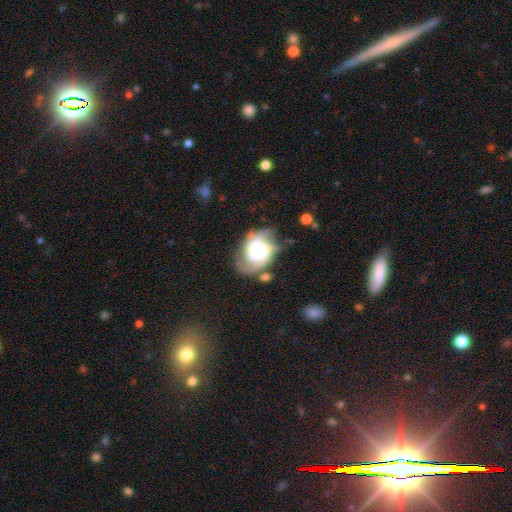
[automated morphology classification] Smooth or featured?
  - featured or disk: 63% *
  - smooth: 28%
  - star or artifact: 8%
Edge-on disk?
  - no: 96% *
  - yes: 4%
Bar?
  - no: 70% *
  - weak: 24%
  - strong: 6%
Spiral arms?
  - yes: 80% *
  - no: 20%
Bulge size?
  - moderate: 37% *
  - large: 29%
  - small: 22%
  - dominant: 7%
  - none: 5%
Merging?
  - none: 43% *
  - minor disturbance: 27%
  - major disturbance: 22%
  - merger: 8%